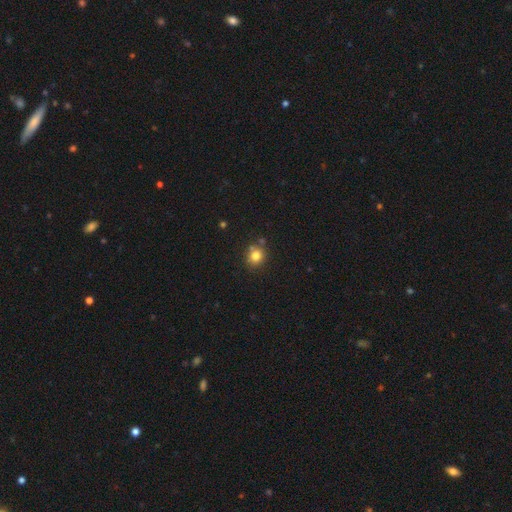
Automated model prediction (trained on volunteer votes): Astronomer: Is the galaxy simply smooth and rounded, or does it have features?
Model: smooth — 80%.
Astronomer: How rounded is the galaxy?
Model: round — 82%.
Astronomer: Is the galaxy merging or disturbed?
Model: none — 75%.